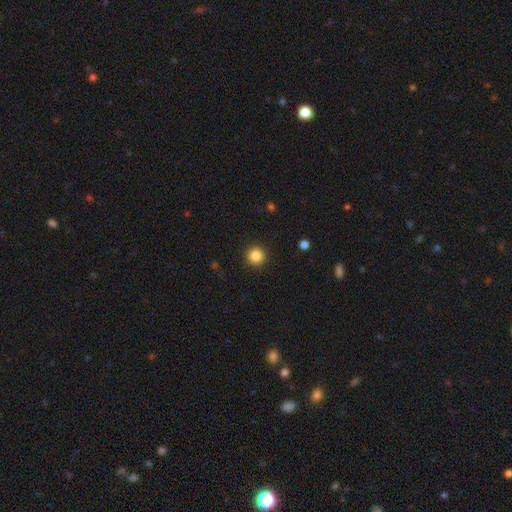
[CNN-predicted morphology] Smooth or featured: smooth — 85% (star or artifact — 11%)
How rounded: round — 95% (in between — 4%)
Merging: none — 92% (minor disturbance — 5%)